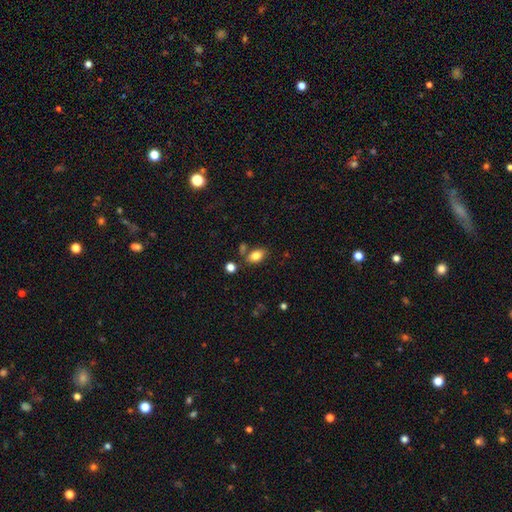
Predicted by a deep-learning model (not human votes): Smooth or featured: smooth — 82% (star or artifact — 10%)
How rounded: in between — 85% (round — 13%)
Merging: none — 71% (minor disturbance — 13%)